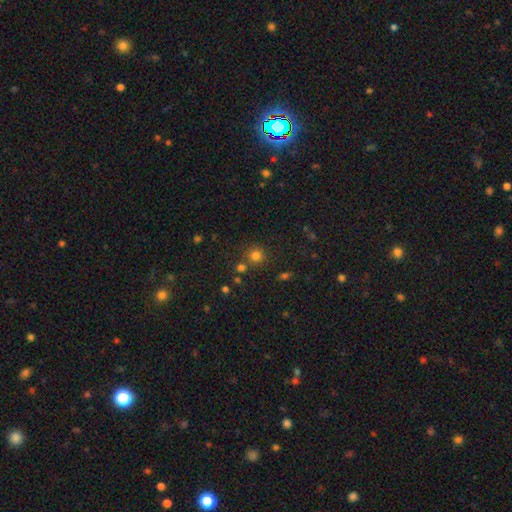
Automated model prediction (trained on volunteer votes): Smooth or featured: smooth — 77% (star or artifact — 17%)
How rounded: round — 91% (in between — 8%)
Merging: none — 74% (merger — 13%)